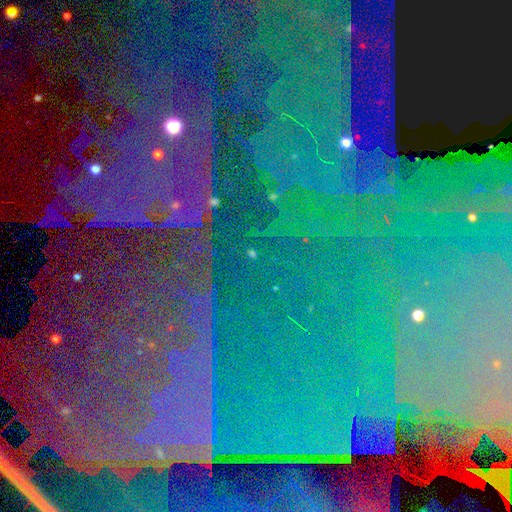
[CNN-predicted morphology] A star or artifact, not a galaxy (86%).